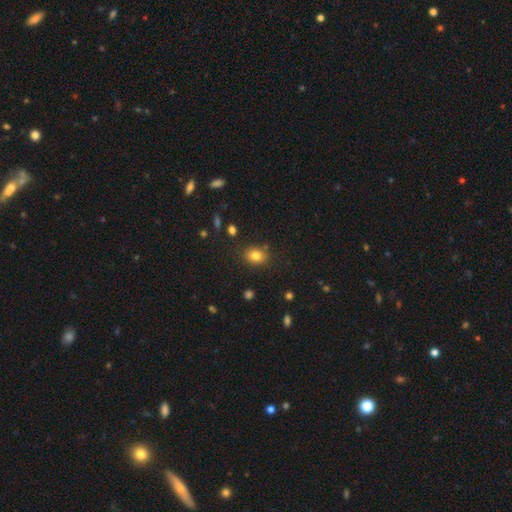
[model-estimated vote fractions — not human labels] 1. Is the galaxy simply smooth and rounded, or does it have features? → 81% smooth, 12% star or artifact, 7% featured or disk.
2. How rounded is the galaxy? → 57% in between, 42% round, 1% cigar-shaped.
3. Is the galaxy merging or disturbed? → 82% none, 11% minor disturbance, 3% major disturbance, 3% merger.